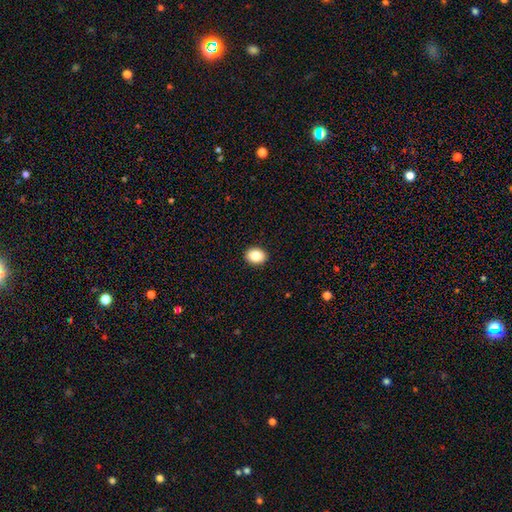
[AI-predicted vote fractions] Q: Smooth or featured?
A: smooth (84%); runner-up: star or artifact (9%)
Q: How rounded?
A: in between (54%); runner-up: round (45%)
Q: Merging?
A: none (92%); runner-up: minor disturbance (6%)